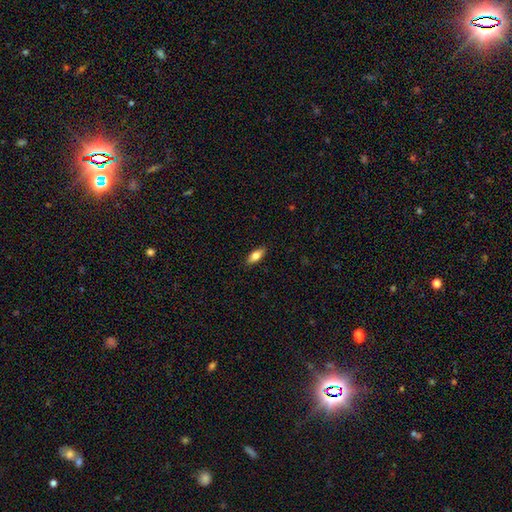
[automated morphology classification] This is likely a smooth galaxy (74%). How rounded: likely in between (79%). Merging: clearly none (89%).